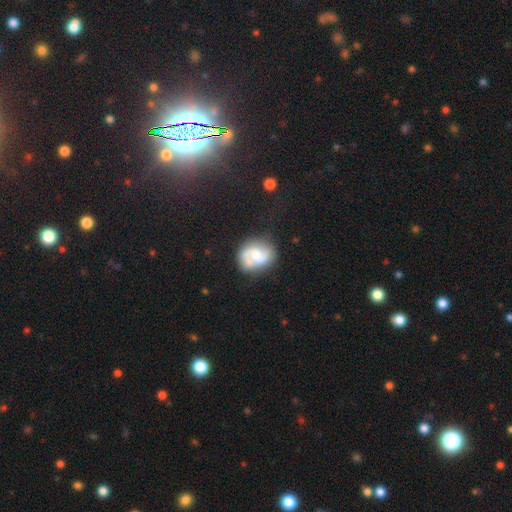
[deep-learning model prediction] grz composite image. It shows a featured or disk galaxy (60%) with no bar (55%), spiral arms (80%) and a small central bulge (34%, tied with moderate). Merging: none (55%).